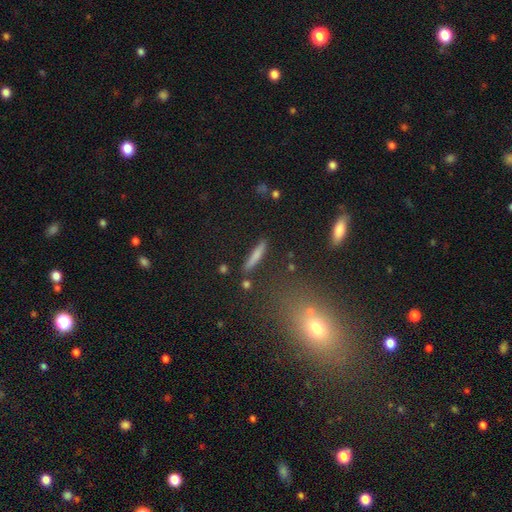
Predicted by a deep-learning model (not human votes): Smooth or featured? smooth (73%)
How rounded? cigar-shaped (91%)
Merging? none (84%)